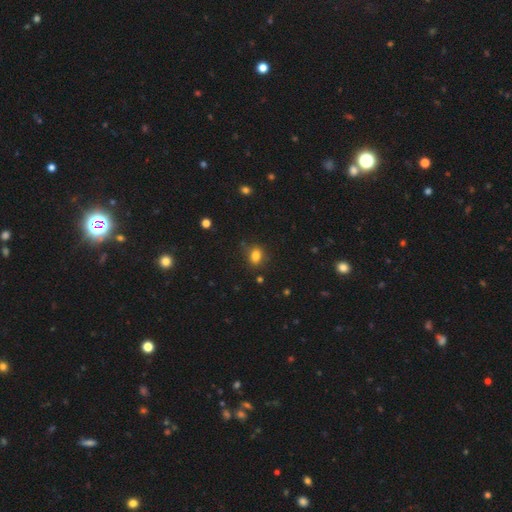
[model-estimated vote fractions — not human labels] Smooth or featured? Predicted: smooth (p=0.81). How rounded? Predicted: in between (p=0.60). Merging? Predicted: none (p=0.75).